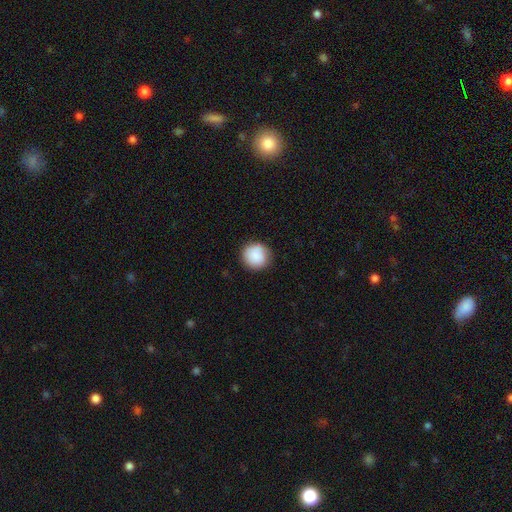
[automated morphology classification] Overall: smooth (87%). How rounded: round (92%). Merging: none (84%).